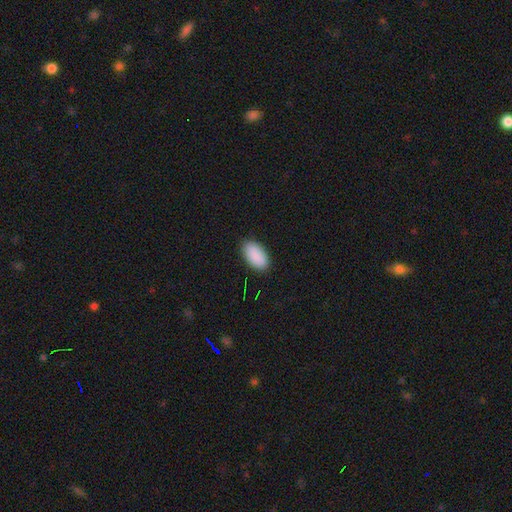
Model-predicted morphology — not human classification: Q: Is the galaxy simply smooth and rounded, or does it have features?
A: smooth — 90%.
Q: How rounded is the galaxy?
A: in between — 95%.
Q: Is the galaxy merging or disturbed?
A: none — 87%.